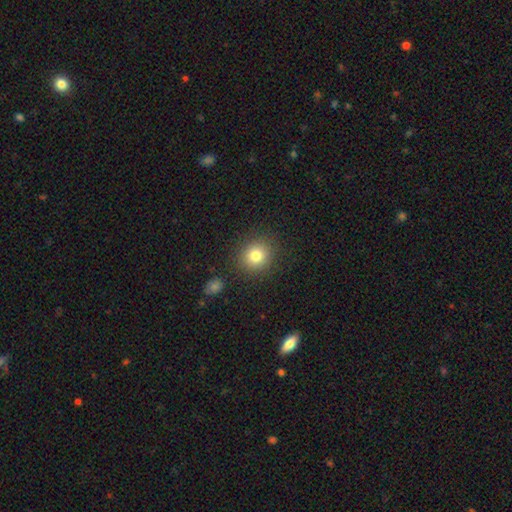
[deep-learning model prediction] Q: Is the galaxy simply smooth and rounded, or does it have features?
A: smooth — 81%.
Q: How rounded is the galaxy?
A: round — 86%.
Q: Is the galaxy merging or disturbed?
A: none — 87%.